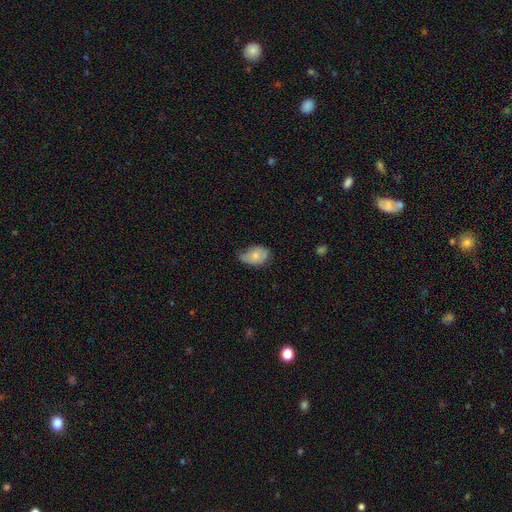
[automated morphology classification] Smooth or featured? smooth (72%)
How rounded? in between (88%)
Merging? minor disturbance (45%)